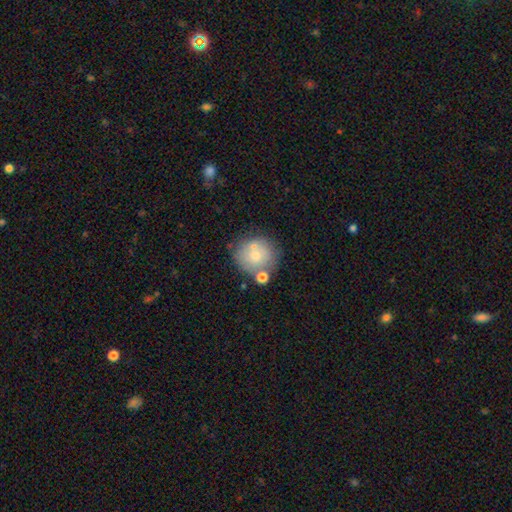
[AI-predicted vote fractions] smooth 66%, featured or disk 25%, star or artifact 9%. Down the decision tree: how rounded — round (86%); merging — none (59%).